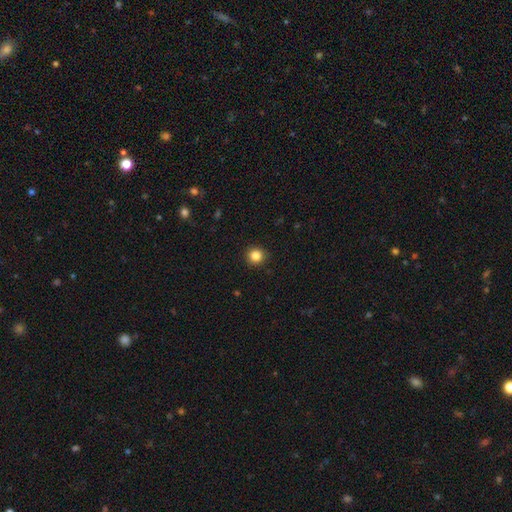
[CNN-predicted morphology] Smooth or featured?
  - smooth: 85% *
  - star or artifact: 11%
  - featured or disk: 4%
How rounded?
  - round: 94% *
  - in between: 5%
  - cigar-shaped: 1%
Merging?
  - none: 92% *
  - minor disturbance: 5%
  - major disturbance: 2%
  - merger: 1%